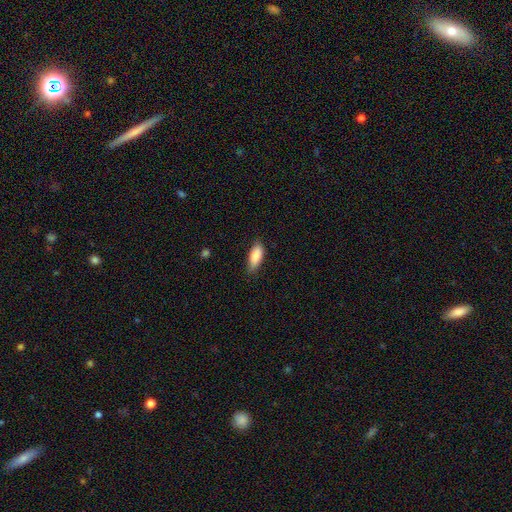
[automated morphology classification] Smooth or featured? Predicted: smooth (p=0.85). How rounded? Predicted: in between (p=0.79). Merging? Predicted: none (p=0.78).